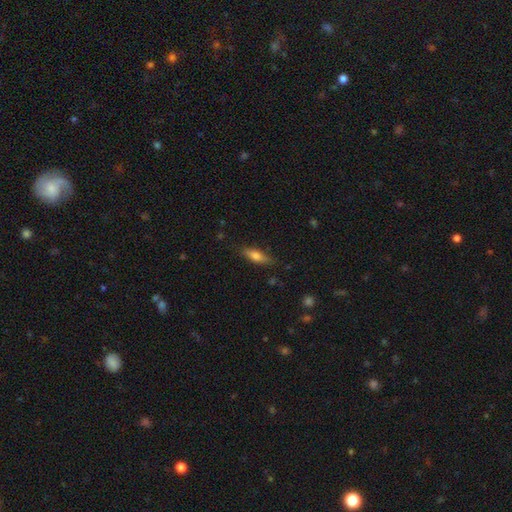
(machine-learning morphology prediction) smooth 69%, featured or disk 24%, star or artifact 7%. Down the decision tree: how rounded — in between (50%); merging — none (80%).